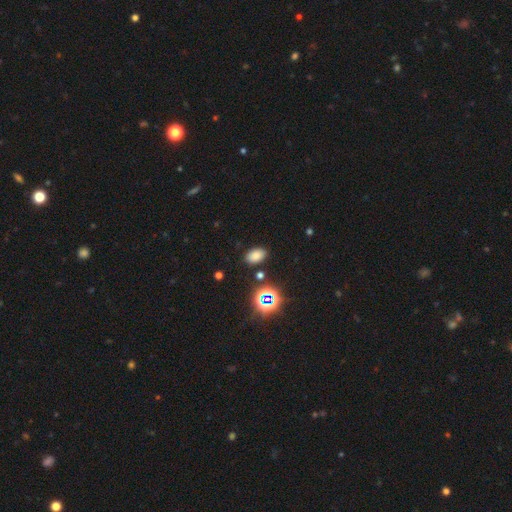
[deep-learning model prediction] This appears to be a smooth galaxy with no disk features (74%) that is in between round and cigar-shaped (87%). Merging: none (86%).